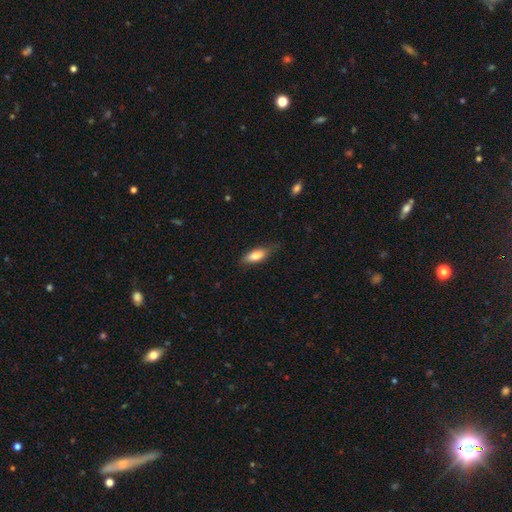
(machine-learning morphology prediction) Q: Smooth or featured?
A: smooth (78%); runner-up: featured or disk (15%)
Q: How rounded?
A: in between (70%); runner-up: cigar-shaped (27%)
Q: Merging?
A: none (70%); runner-up: minor disturbance (24%)